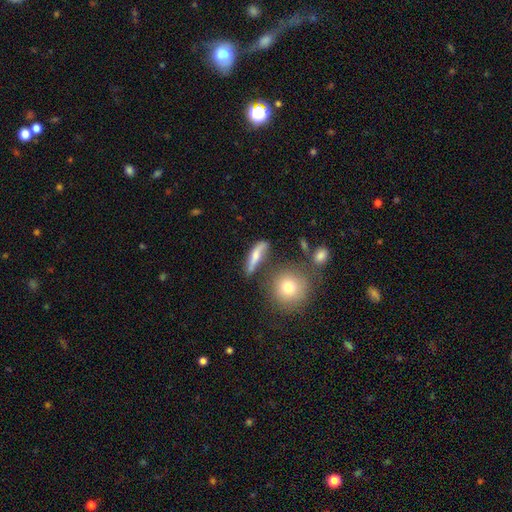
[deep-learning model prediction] Morphology: type=smooth (57%); roundness=cigar-shaped (61%); merging=none (59%).